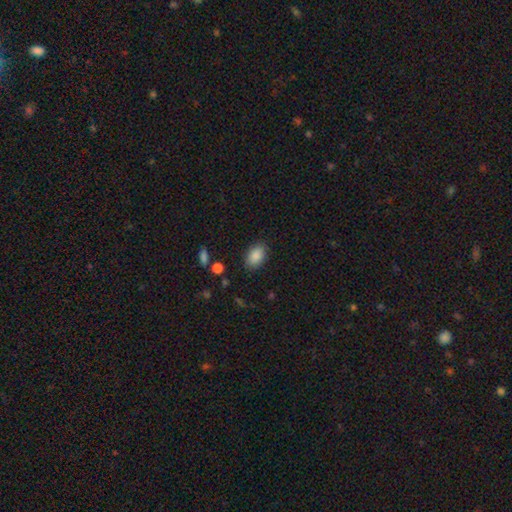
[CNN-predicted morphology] This is clearly a smooth galaxy (88%). How rounded: clearly in between (89%). Merging: clearly none (84%).